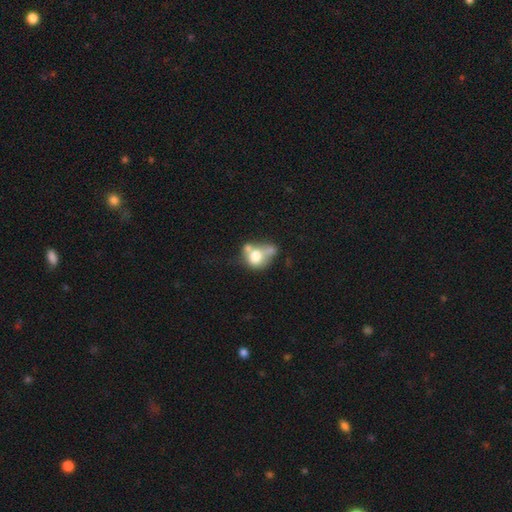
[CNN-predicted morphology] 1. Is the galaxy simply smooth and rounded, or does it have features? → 62% smooth, 27% featured or disk, 10% star or artifact.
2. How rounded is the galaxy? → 51% in between, 47% round, 1% cigar-shaped.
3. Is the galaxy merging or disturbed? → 52% merger, 19% none, 15% major disturbance, 14% minor disturbance.